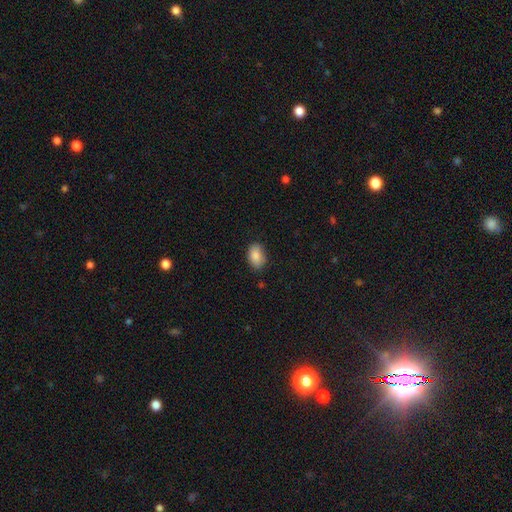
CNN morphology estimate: The model was most divided on "merging": none: 81%, minor disturbance: 15%, major disturbance: 3%, merger: 1%. More confident: smooth or featured — smooth (88%); how rounded — in between (86%).